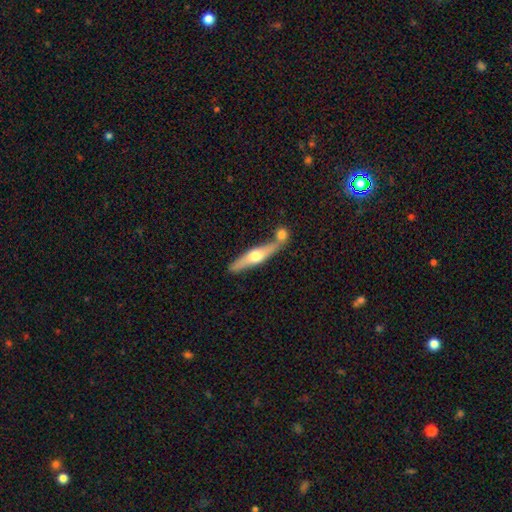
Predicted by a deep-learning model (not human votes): Smooth or featured? Predicted: featured or disk (p=0.56). Edge-on disk? Predicted: yes (p=0.89). Merging? Predicted: none (p=0.54).